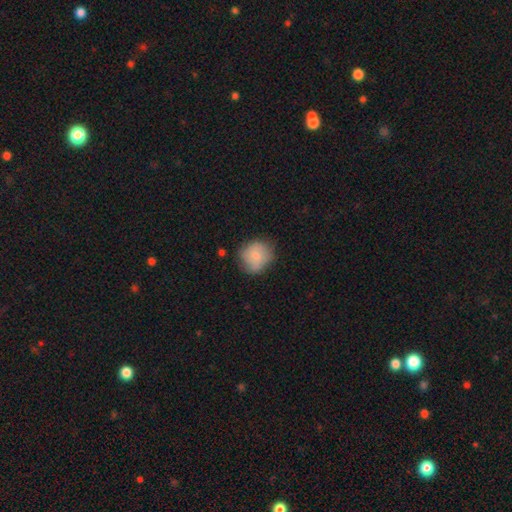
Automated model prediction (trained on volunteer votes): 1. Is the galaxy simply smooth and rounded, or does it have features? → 78% smooth, 15% featured or disk, 7% star or artifact.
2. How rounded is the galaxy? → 83% round, 16% in between, 1% cigar-shaped.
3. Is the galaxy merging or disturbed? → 70% none, 23% minor disturbance, 6% major disturbance, 2% merger.